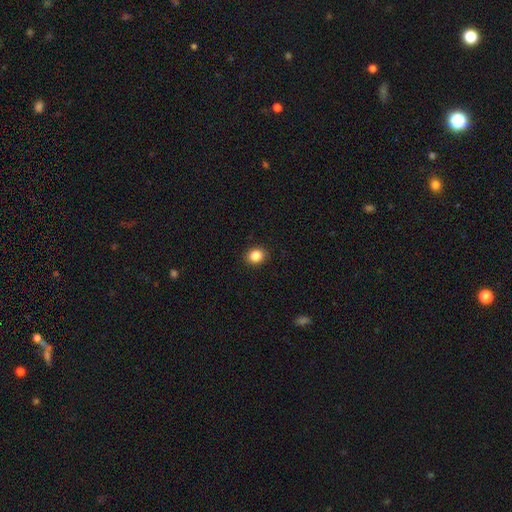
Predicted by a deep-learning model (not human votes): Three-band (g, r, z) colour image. It shows a smooth galaxy with no disk features (85%) that is round (66%). Merging: none (91%).